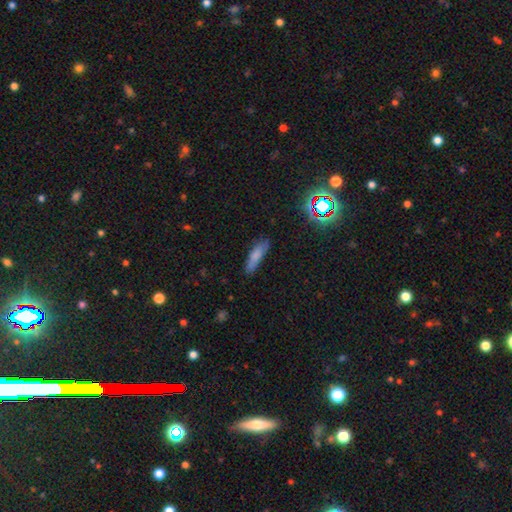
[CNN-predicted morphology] This appears to be a smooth galaxy with no disk features (75%) that is cigar-shaped (68%). Merging: none (75%).